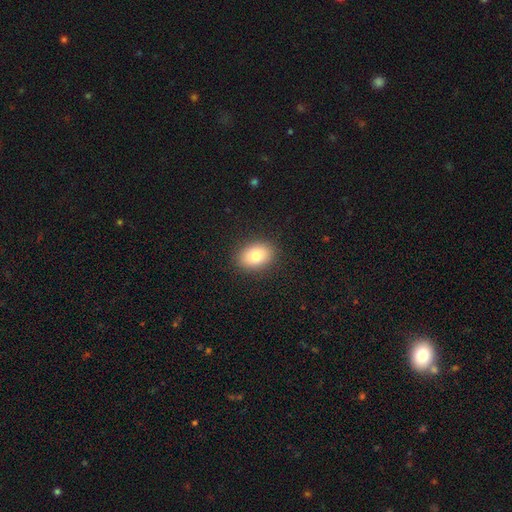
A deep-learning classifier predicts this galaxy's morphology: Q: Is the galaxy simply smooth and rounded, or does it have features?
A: smooth — 80%.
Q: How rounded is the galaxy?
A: in between — 73%.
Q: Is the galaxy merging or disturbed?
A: none — 89%.